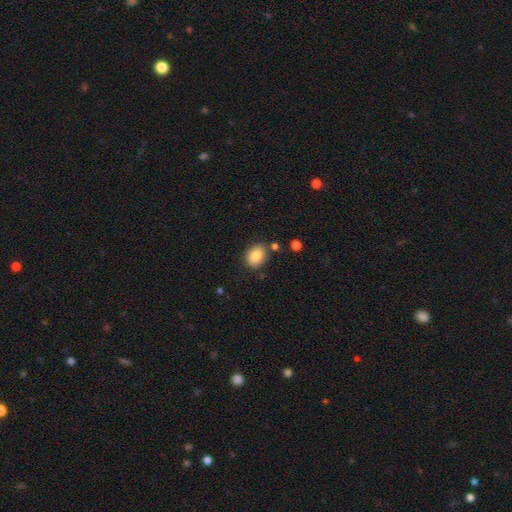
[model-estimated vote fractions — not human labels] Overall: smooth (86%). How rounded: in between (71%). Merging: none (79%).